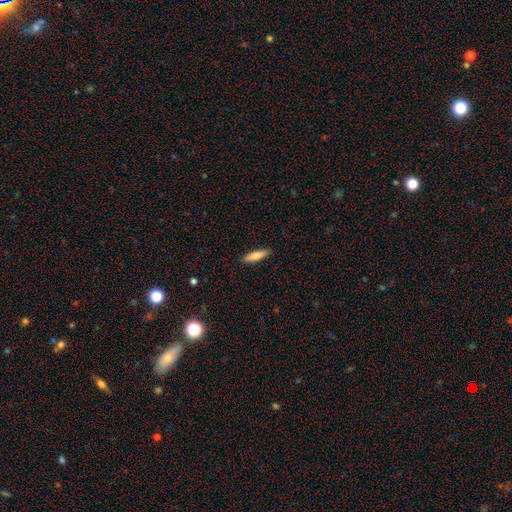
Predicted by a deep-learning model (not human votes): This is likely a smooth galaxy (76%). How rounded: likely cigar-shaped (69%). Merging: clearly none (90%).